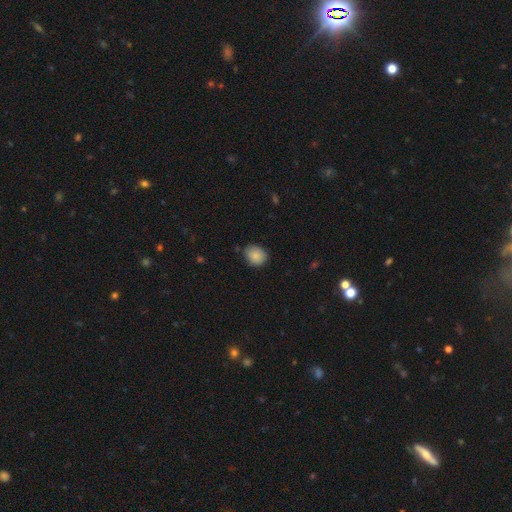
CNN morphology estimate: smooth-or-featured: smooth: 87% | star or artifact: 8% | featured or disk: 6%
  how-rounded: round: 66% | in between: 33% | cigar-shaped: 1%
  merging: none: 76% | minor disturbance: 19% | major disturbance: 3% | merger: 2%